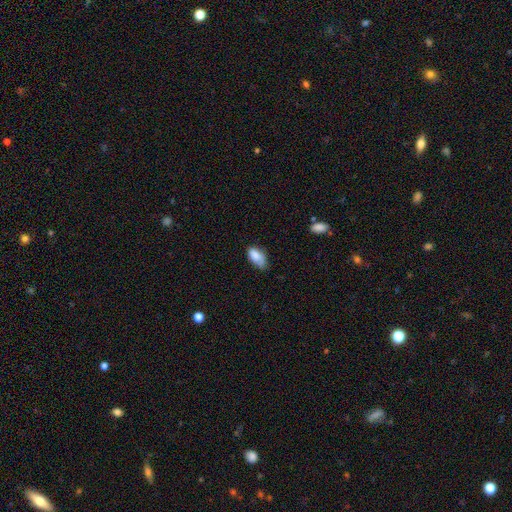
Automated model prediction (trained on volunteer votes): Smooth or featured?
  - smooth: 81% *
  - featured or disk: 11%
  - star or artifact: 8%
How rounded?
  - in between: 93% *
  - round: 4%
  - cigar-shaped: 3%
Merging?
  - none: 46% *
  - minor disturbance: 40%
  - major disturbance: 12%
  - merger: 3%